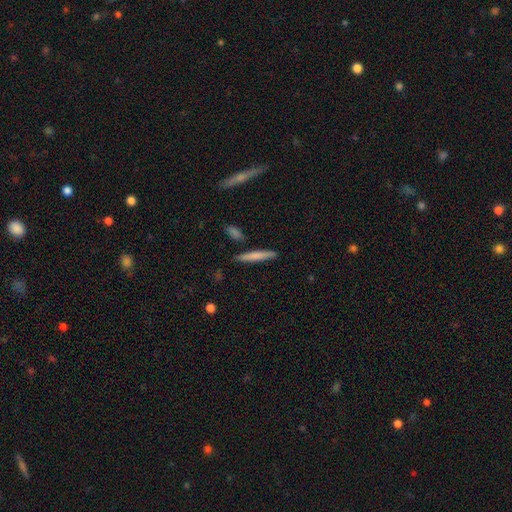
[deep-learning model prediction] Morphology: type=smooth (71%); roundness=cigar-shaped (92%); merging=none (84%).